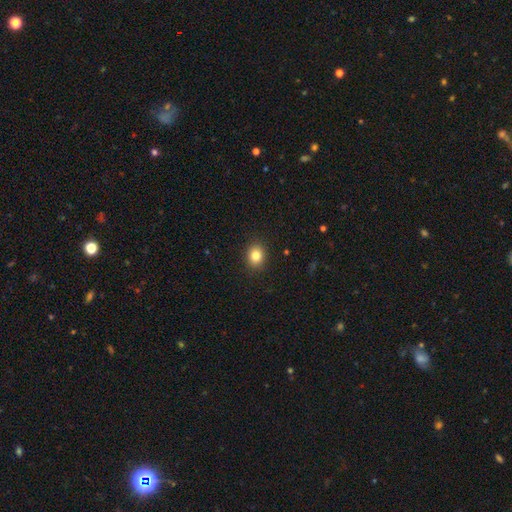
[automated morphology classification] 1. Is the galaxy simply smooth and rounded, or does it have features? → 83% smooth, 11% star or artifact, 6% featured or disk.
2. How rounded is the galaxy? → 60% round, 40% in between, 1% cigar-shaped.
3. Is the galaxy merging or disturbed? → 90% none, 7% minor disturbance, 2% major disturbance, 1% merger.